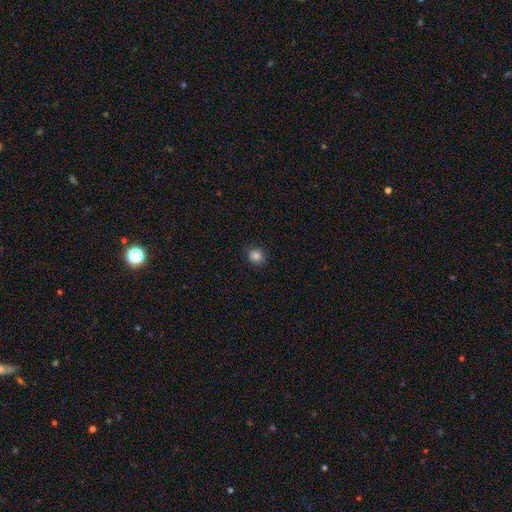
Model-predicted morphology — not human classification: This appears to be a smooth galaxy with no disk features (84%) that is round (82%). Merging: none (88%).